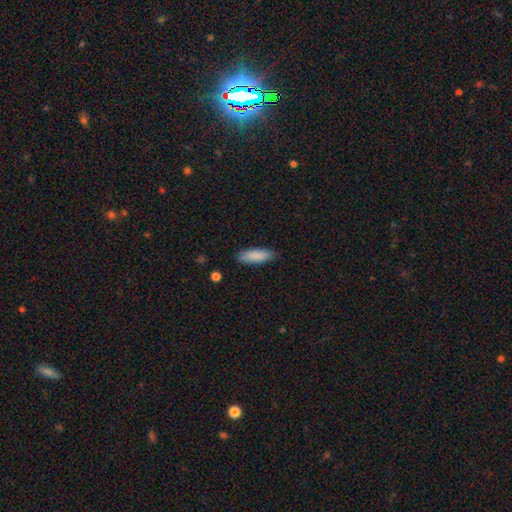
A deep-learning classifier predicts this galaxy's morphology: This is clearly a smooth galaxy (87%). How rounded: possibly in between (50%). Merging: clearly none (86%).